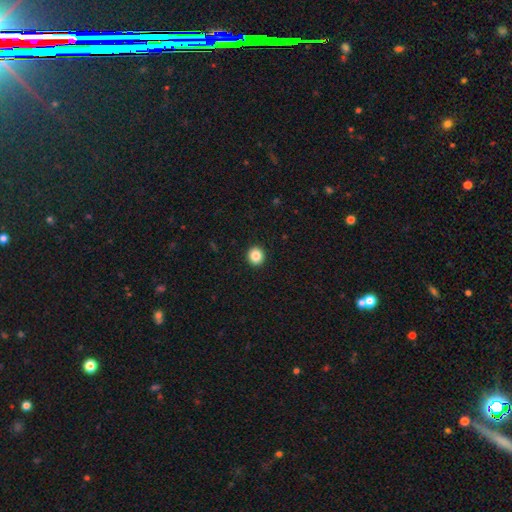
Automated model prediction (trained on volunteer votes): This appears to be a smooth galaxy with no disk features (86%) that is round (91%). Merging: none (93%).